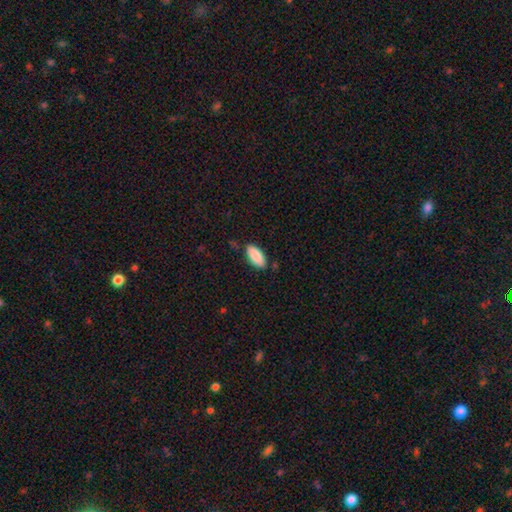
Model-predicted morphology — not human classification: The model was most divided on "merging": none: 83%, minor disturbance: 12%, major disturbance: 2%, merger: 2%. More confident: smooth or featured — smooth (89%); how rounded — in between (89%).